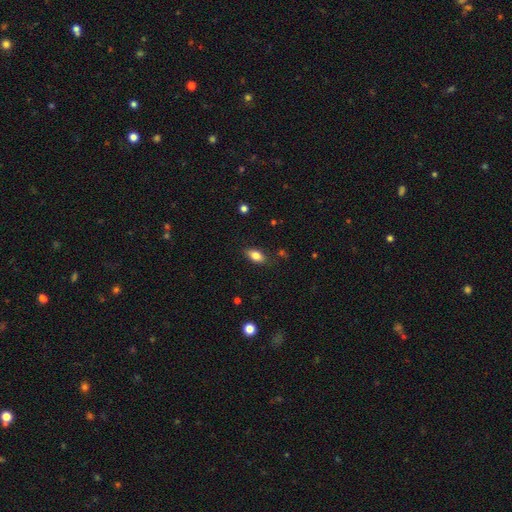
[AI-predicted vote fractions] The model was most divided on "merging": none: 82%, minor disturbance: 13%, major disturbance: 3%, merger: 1%. More confident: how rounded — in between (87%); smooth or featured — smooth (81%).